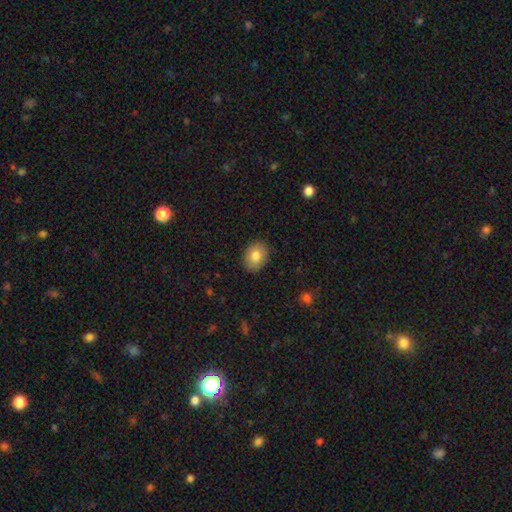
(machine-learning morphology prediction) Q: Smooth or featured?
A: smooth (81%); runner-up: featured or disk (12%)
Q: How rounded?
A: in between (68%); runner-up: round (31%)
Q: Merging?
A: none (88%); runner-up: minor disturbance (9%)